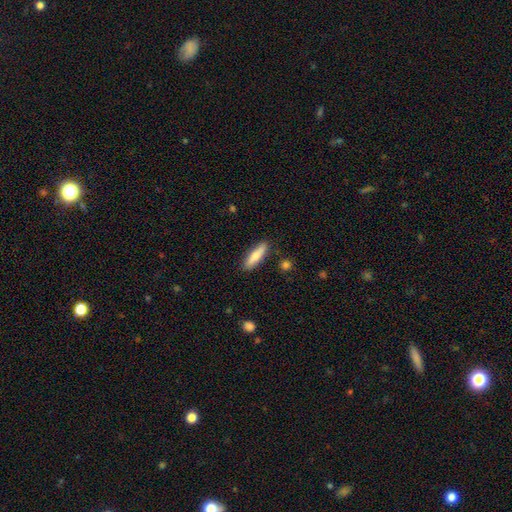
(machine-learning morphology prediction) smooth 72%, featured or disk 22%, star or artifact 6%. Down the decision tree: how rounded — cigar-shaped (70%); merging — none (86%).